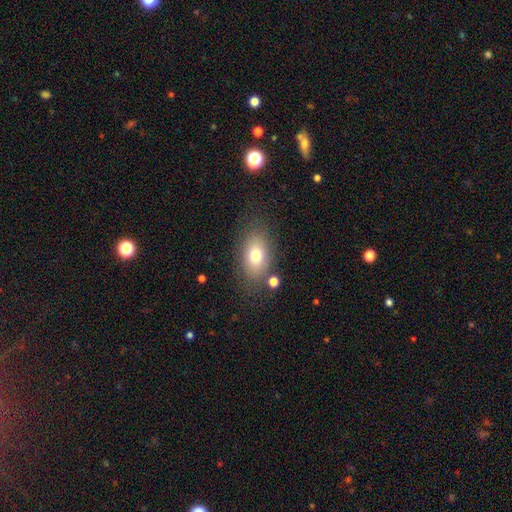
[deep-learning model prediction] This is likely a smooth galaxy (75%). How rounded: clearly in between (83%). Merging: likely none (77%).